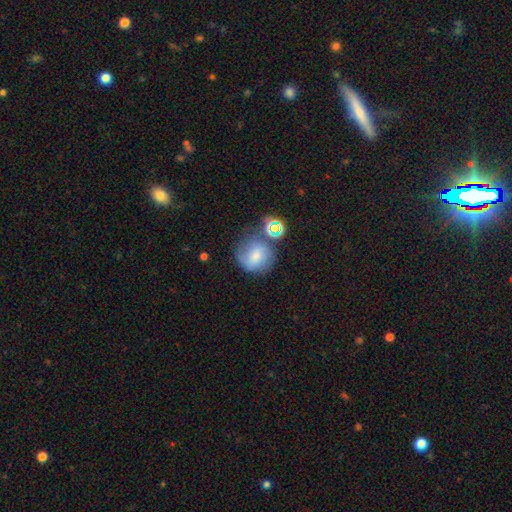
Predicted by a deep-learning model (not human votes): Morphology: type=smooth (57%); roundness=round (86%); merging=none (56%).